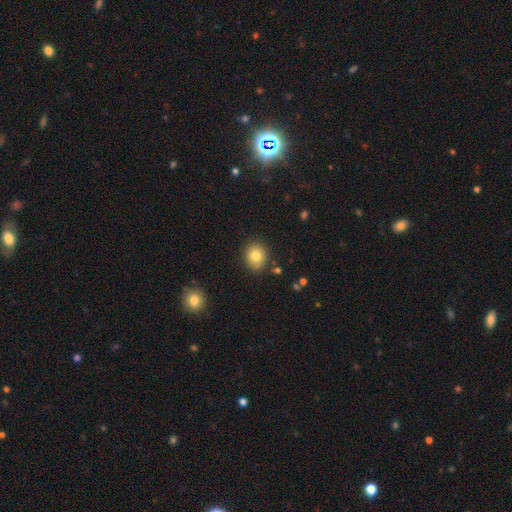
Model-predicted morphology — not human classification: Q: Smooth or featured?
A: smooth (80%); runner-up: star or artifact (11%)
Q: How rounded?
A: round (76%); runner-up: in between (23%)
Q: Merging?
A: none (85%); runner-up: minor disturbance (10%)